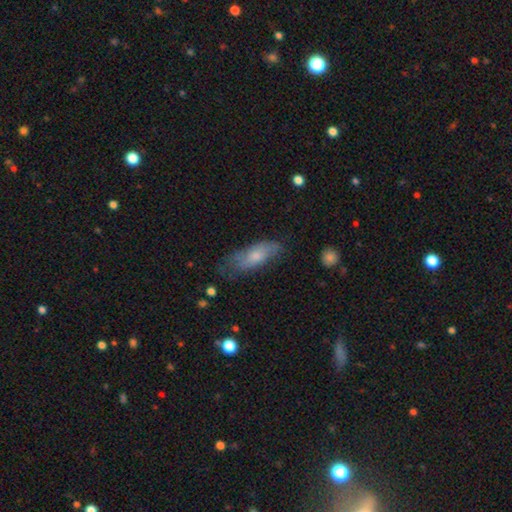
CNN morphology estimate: This is likely a smooth galaxy (62%). How rounded: likely in between (64%). Merging: possibly none (56%).